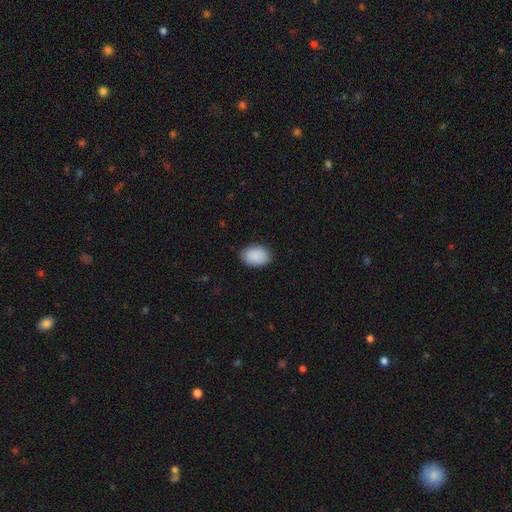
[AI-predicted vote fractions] Smooth or featured: smooth — 91% (star or artifact — 6%)
How rounded: in between — 83% (round — 16%)
Merging: none — 85% (minor disturbance — 12%)